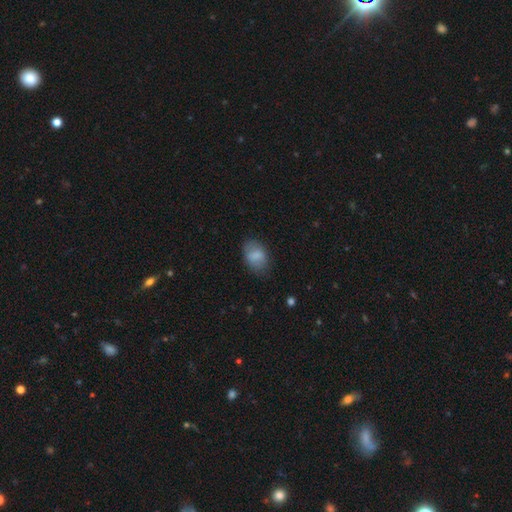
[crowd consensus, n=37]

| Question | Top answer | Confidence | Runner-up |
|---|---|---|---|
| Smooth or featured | smooth | 86% | featured or disk (11%) |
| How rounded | in between | 78% | round (22%) |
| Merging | none | 83% | minor disturbance (14%) |